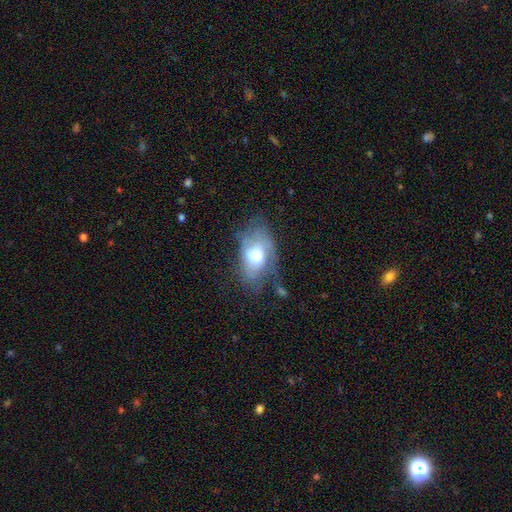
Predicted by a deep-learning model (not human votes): Smooth or featured?
  - smooth: 53% *
  - featured or disk: 39%
  - star or artifact: 9%
How rounded?
  - in between: 88% *
  - round: 10%
  - cigar-shaped: 2%
Merging?
  - none: 43% *
  - minor disturbance: 31%
  - major disturbance: 22%
  - merger: 3%